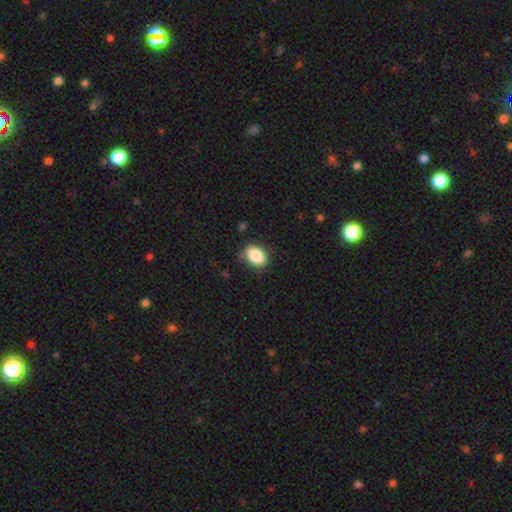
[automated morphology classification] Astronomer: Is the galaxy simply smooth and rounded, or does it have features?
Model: smooth — 87%.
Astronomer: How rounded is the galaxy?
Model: in between — 73%.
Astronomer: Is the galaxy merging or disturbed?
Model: none — 82%.